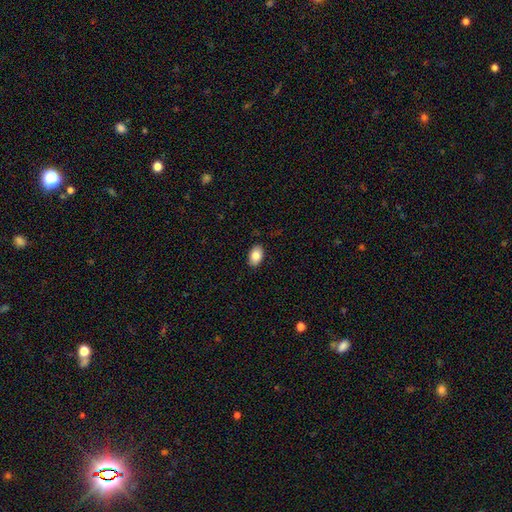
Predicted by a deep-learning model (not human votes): Morphology: type=smooth (84%); roundness=in between (88%); merging=none (89%).